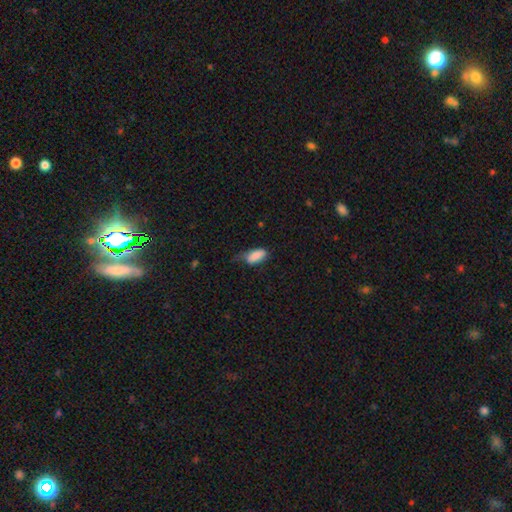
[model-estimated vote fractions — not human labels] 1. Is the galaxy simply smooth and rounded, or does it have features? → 84% smooth, 8% featured or disk, 7% star or artifact.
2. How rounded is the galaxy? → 89% in between, 9% cigar-shaped, 3% round.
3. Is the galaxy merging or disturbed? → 41% minor disturbance, 37% none, 19% major disturbance, 3% merger.